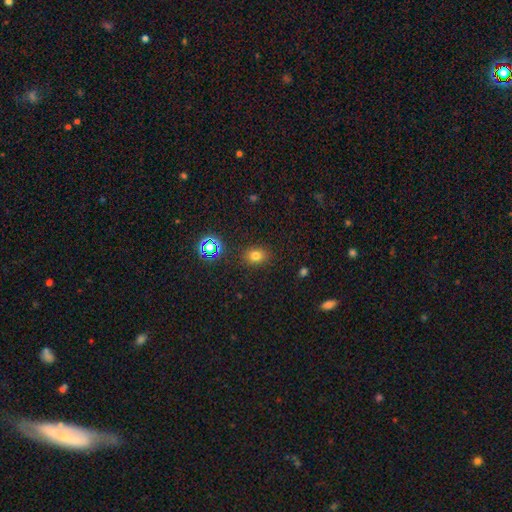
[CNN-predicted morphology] The model was most divided on "how rounded": in between: 52%, round: 47%, cigar-shaped: 1%. More confident: merging — none (86%); smooth or featured — smooth (73%).